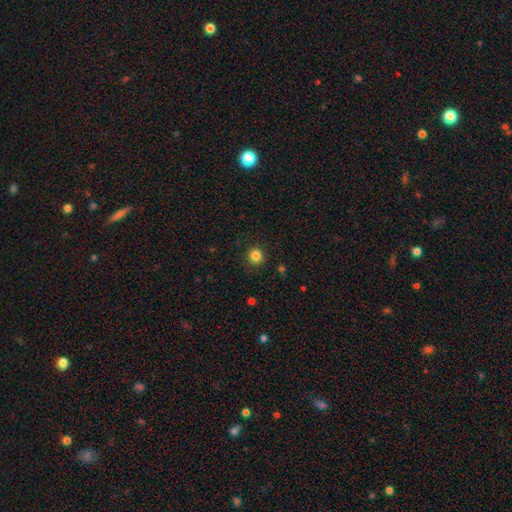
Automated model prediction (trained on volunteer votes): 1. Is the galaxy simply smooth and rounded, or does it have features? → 83% smooth, 12% star or artifact, 4% featured or disk.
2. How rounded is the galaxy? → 93% round, 6% in between, 1% cigar-shaped.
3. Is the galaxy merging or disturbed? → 91% none, 6% minor disturbance, 2% major disturbance, 1% merger.